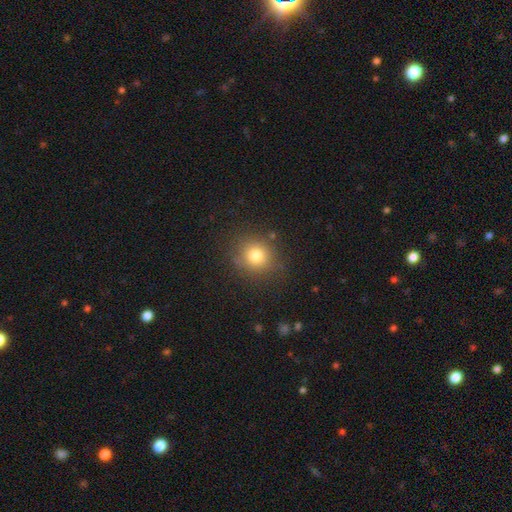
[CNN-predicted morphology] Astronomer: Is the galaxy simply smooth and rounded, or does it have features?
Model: smooth — 77%.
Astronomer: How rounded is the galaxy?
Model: round — 89%.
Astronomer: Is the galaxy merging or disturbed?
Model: none — 85%.